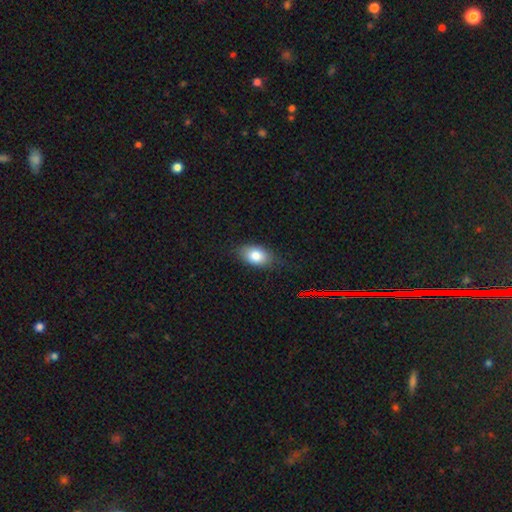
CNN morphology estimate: This is clearly a smooth galaxy (81%). How rounded: clearly in between (86%). Merging: likely none (77%).